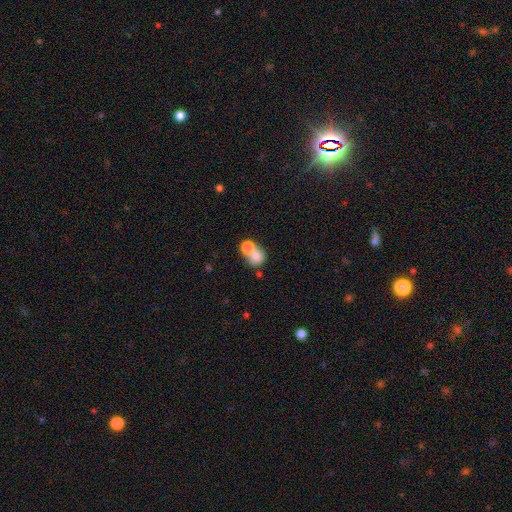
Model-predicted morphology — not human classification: A smooth galaxy with no disk features (76%) that is round (69%).

Vote fractions:
- Smooth or featured? smooth: 76% / featured or disk: 13% / star or artifact: 11%
- How rounded? round: 69% / in between: 30% / cigar-shaped: 1%
- Merging? merger: 56% / none: 30% / minor disturbance: 8% / major disturbance: 5%